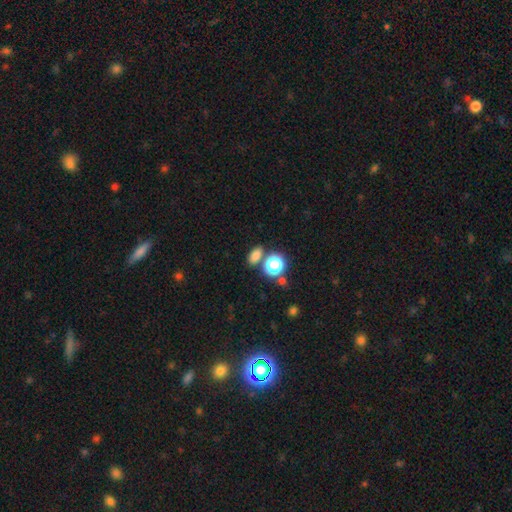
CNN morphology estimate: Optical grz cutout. It shows a smooth galaxy with no disk features (75%) that is in between round and cigar-shaped (71%). Merging: none (72%).